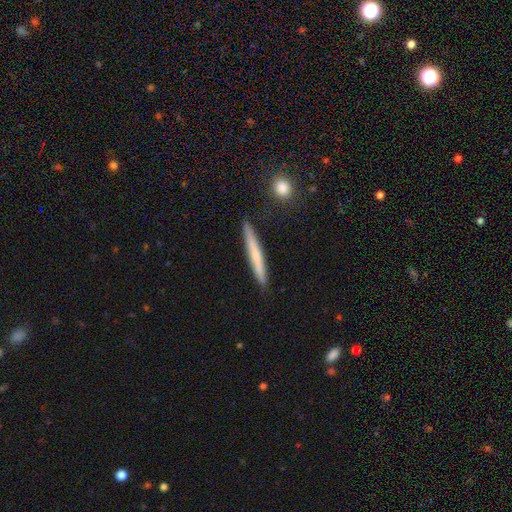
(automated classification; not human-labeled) This is possibly a smooth galaxy (59%). How rounded: clearly cigar-shaped (96%). Merging: clearly none (90%).